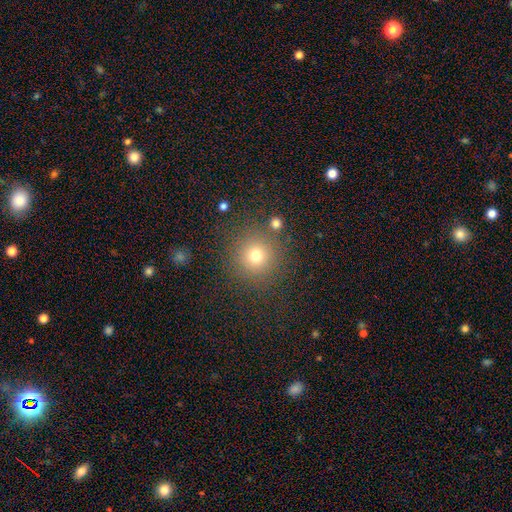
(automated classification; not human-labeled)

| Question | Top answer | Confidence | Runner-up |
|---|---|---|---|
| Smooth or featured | smooth | 74% | star or artifact (18%) |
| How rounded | round | 94% | in between (5%) |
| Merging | none | 85% | minor disturbance (8%) |